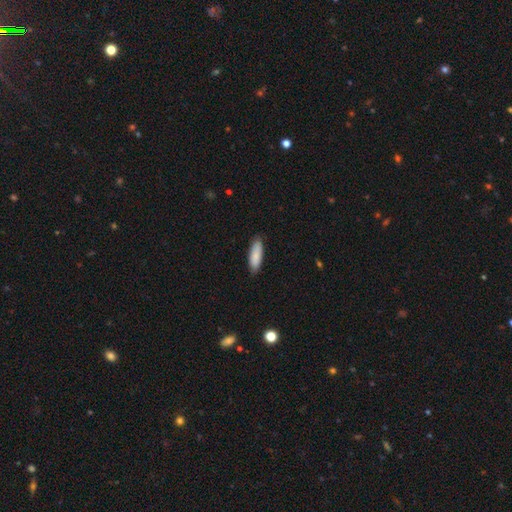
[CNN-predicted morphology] Smooth or featured? smooth (85%)
How rounded? in between (57%)
Merging? none (86%)